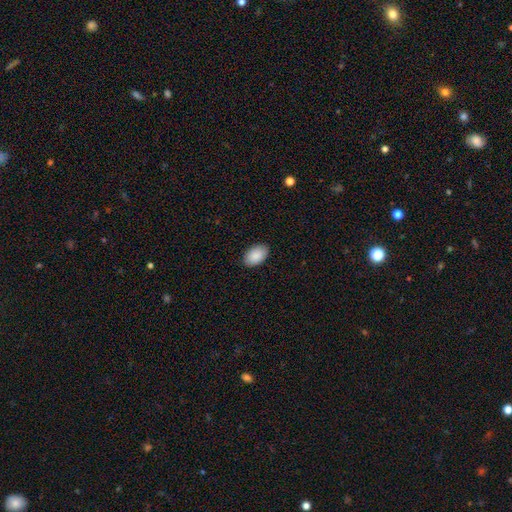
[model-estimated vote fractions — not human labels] The model was most divided on "merging": none: 89%, minor disturbance: 9%, major disturbance: 2%, merger: 1%. More confident: how rounded — in between (94%); smooth or featured — smooth (90%).